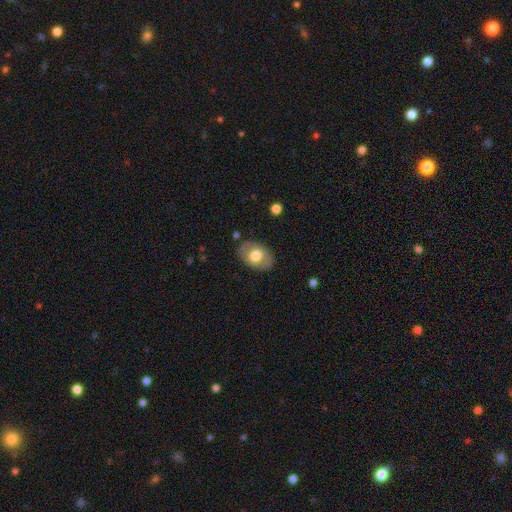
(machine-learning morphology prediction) This is likely a smooth galaxy (64%). How rounded: clearly in between (82%). Merging: clearly none (83%).